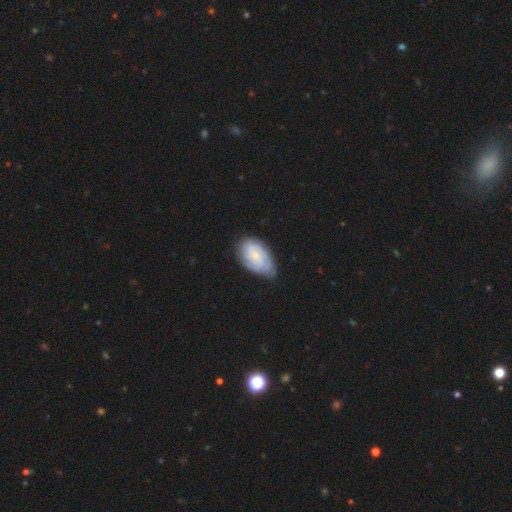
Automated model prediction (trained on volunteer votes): Overall: featured or disk (59%; smooth 34%). Edge-on disk: no (96%). Bar: no (66%; weak 30%). Spiral arms: yes (88%). Spiral arm count: can't tell (41%; 2 23%). Spiral winding: tight (59%; medium 31%). Bulge size: small (65%). Merging: none (61%; minor disturbance 30%).